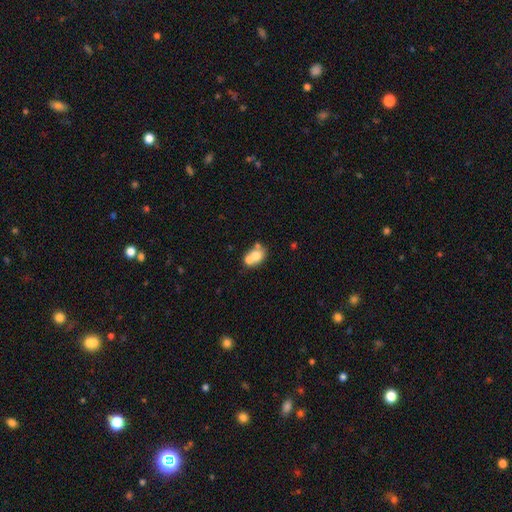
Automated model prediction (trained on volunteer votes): A smooth galaxy with no disk features (65%) that is in between round and cigar-shaped (51%). Merging: merger (55%).